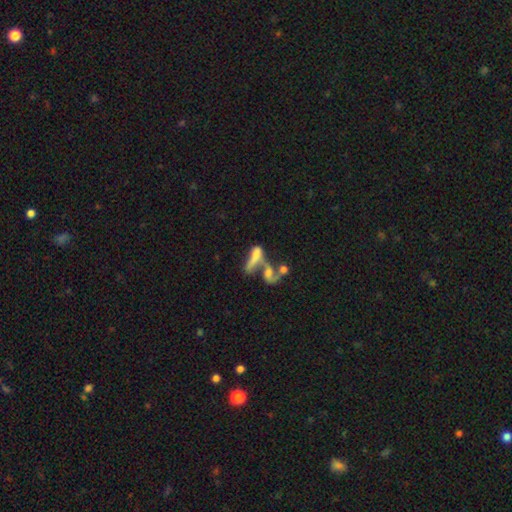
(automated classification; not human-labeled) This is marginally a featured or disk galaxy (45%). Merging: likely merger (62%).